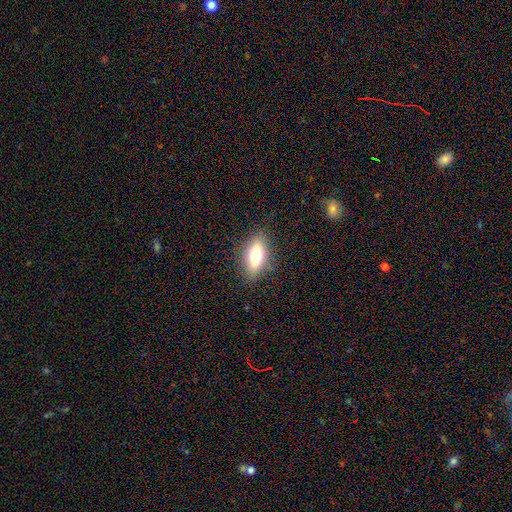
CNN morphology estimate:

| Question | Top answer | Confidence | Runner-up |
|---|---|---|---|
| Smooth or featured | smooth | 67% | featured or disk (25%) |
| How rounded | in between | 77% | cigar-shaped (19%) |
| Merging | none | 84% | minor disturbance (11%) |